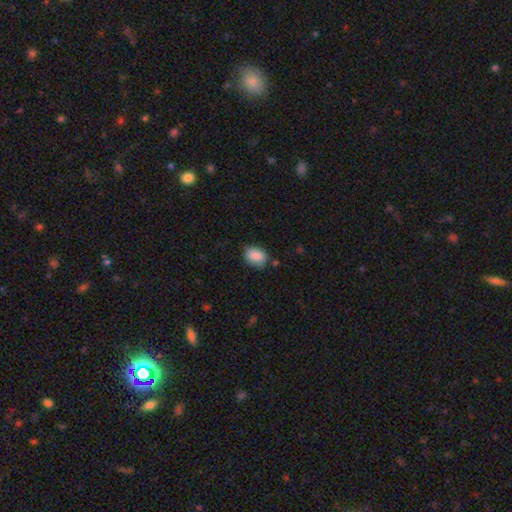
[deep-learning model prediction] A smooth galaxy with no disk features (87%) that is in between round and cigar-shaped (72%). Merging: none (74%).